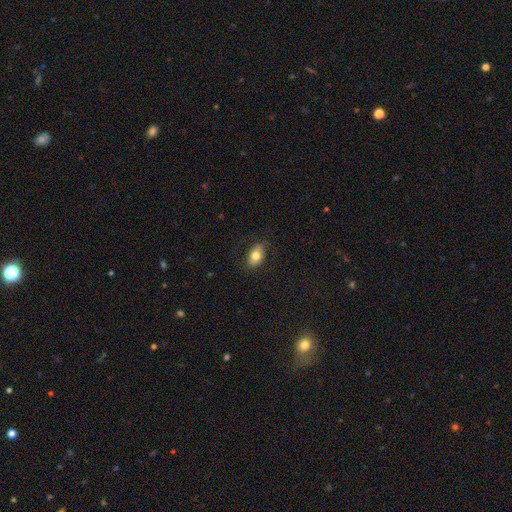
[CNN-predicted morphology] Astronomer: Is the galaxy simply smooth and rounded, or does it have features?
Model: smooth — 76%.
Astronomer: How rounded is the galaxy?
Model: in between — 88%.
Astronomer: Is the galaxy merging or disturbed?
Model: none — 82%.